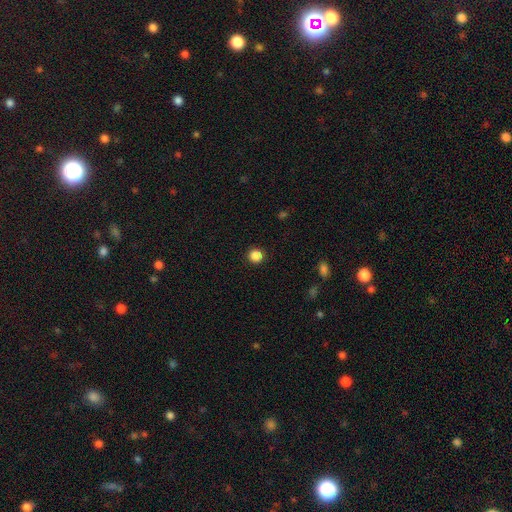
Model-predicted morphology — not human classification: smooth_or_featured: smooth (p=0.86) [alt: star or artifact p=0.11]
how_rounded: round (p=0.95) [alt: in between p=0.04]
merging: none (p=0.93) [alt: minor disturbance p=0.04]